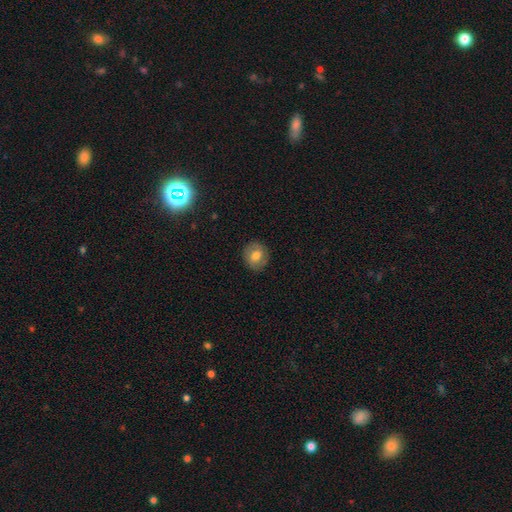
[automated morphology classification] This is likely a smooth galaxy (70%). How rounded: likely round (79%). Merging: clearly none (86%).